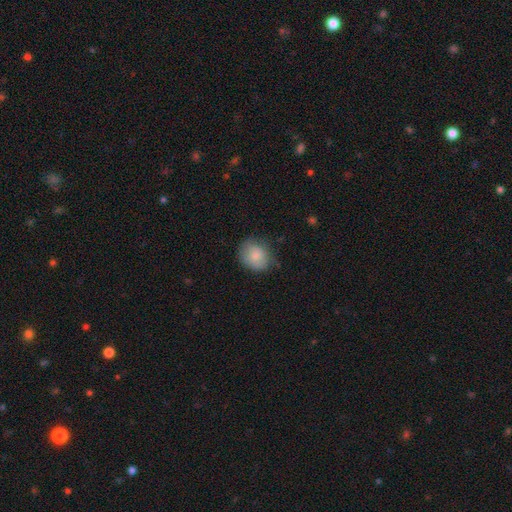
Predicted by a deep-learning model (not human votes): A smooth galaxy with no disk features (82%) that is round (66%). Merging: none (65%).